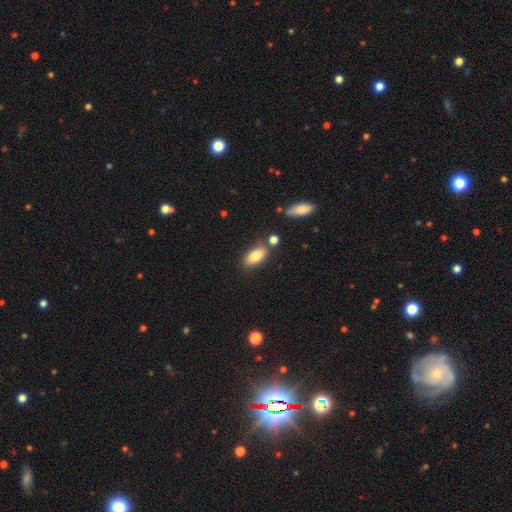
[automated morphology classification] smooth_or_featured: smooth (p=0.80) [alt: featured or disk p=0.12]
how_rounded: in between (p=0.88) [alt: cigar-shaped p=0.08]
merging: none (p=0.71) [alt: minor disturbance p=0.14]